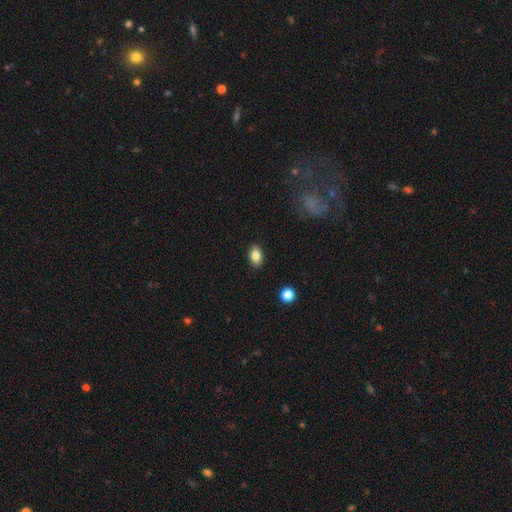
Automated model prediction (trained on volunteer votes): This is clearly a smooth galaxy (85%). How rounded: clearly in between (85%). Merging: clearly none (89%).